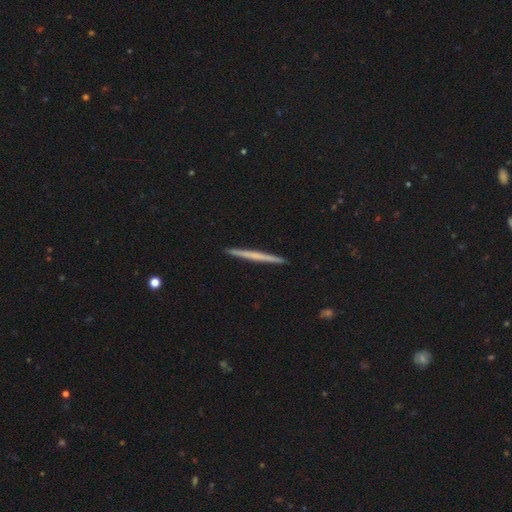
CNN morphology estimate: A featured or disk galaxy (49%). Merging: none (93%).